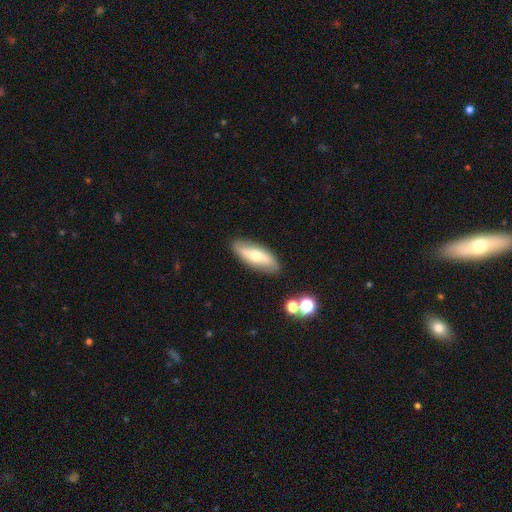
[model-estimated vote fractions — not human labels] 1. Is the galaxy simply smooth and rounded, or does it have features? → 50% smooth, 44% featured or disk, 6% star or artifact.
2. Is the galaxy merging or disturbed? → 86% none, 10% minor disturbance, 2% major disturbance, 2% merger.